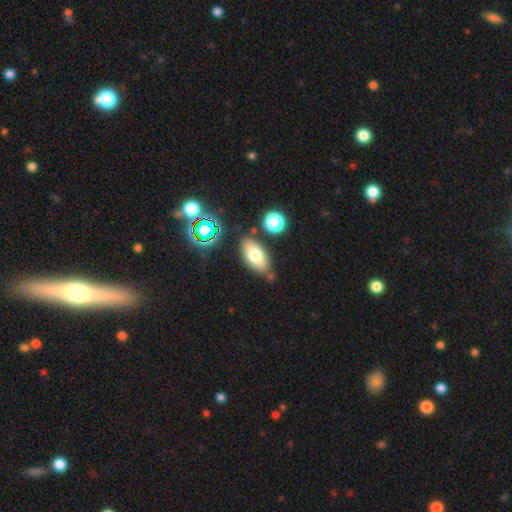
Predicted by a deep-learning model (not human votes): This is likely a smooth galaxy (66%). How rounded: clearly in between (85%). Merging: likely none (76%).